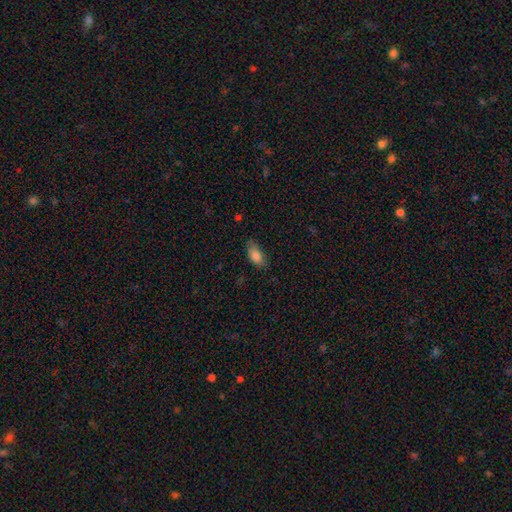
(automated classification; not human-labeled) smooth-or-featured: smooth: 84% | featured or disk: 8% | star or artifact: 8%
  how-rounded: in between: 88% | cigar-shaped: 8% | round: 4%
  merging: none: 69% | minor disturbance: 24% | major disturbance: 5% | merger: 1%